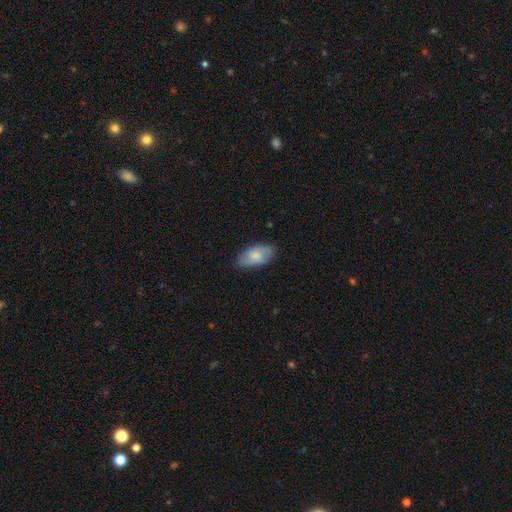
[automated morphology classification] This appears to be a smooth galaxy with no disk features (69%) that is in between round and cigar-shaped (93%). Merging: none (78%).